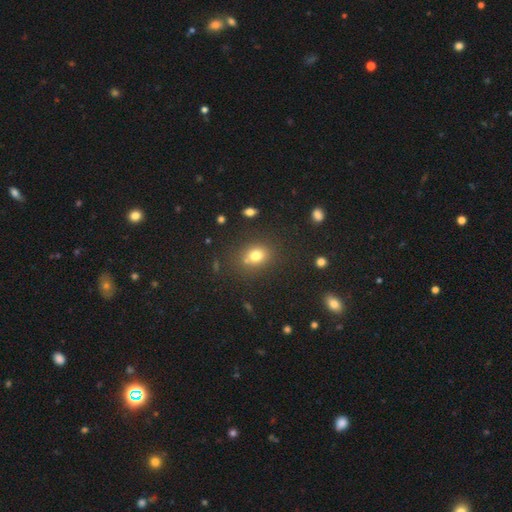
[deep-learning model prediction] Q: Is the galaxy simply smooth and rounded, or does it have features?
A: smooth — 75%.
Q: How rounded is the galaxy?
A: round — 54%.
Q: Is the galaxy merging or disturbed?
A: none — 72%.